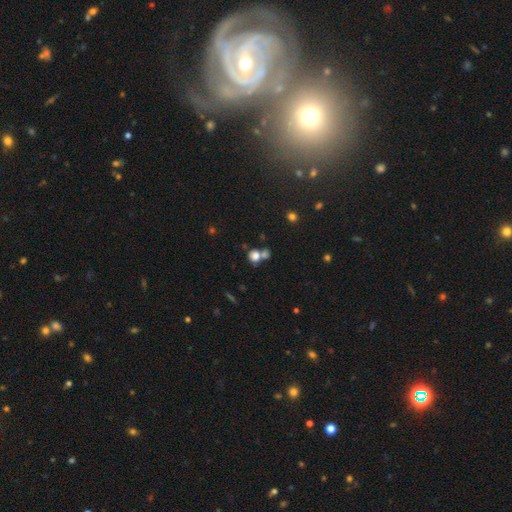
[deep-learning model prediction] This appears to be a smooth galaxy with no disk features (76%) that is round (76%). Merging: merger (43%).